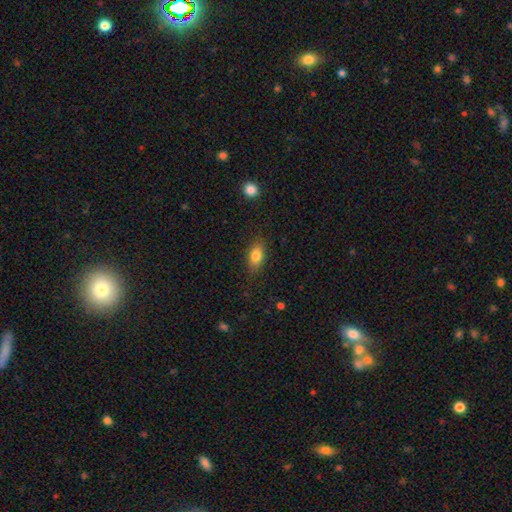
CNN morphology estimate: Smooth or featured?
  - smooth: 81% *
  - featured or disk: 11%
  - star or artifact: 8%
How rounded?
  - in between: 83% *
  - cigar-shaped: 9%
  - round: 8%
Merging?
  - none: 84% *
  - minor disturbance: 12%
  - major disturbance: 3%
  - merger: 1%